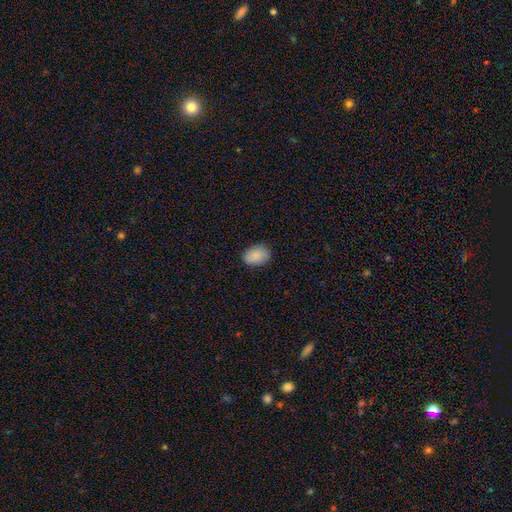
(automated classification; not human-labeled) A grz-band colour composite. It shows a smooth galaxy with no disk features (89%) that is in between round and cigar-shaped (83%). Merging: none (84%).